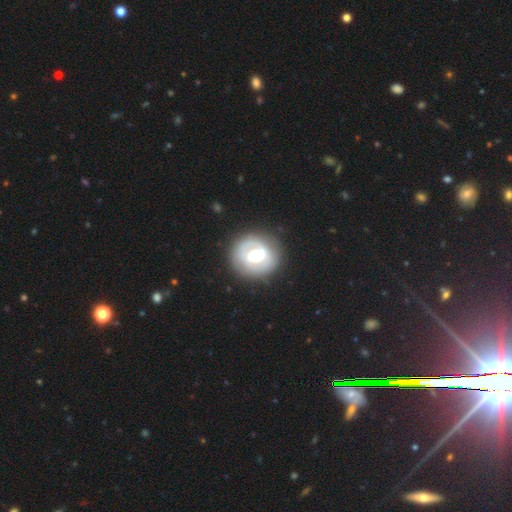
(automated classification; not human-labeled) This is likely a featured or disk galaxy (69%). It is clearly not viewed edge-on (97%). Bar: marginally weak (45%). Spiral arm pattern: likely yes (64%). Central bulge: likely moderate (69%). Merging: clearly none (81%).